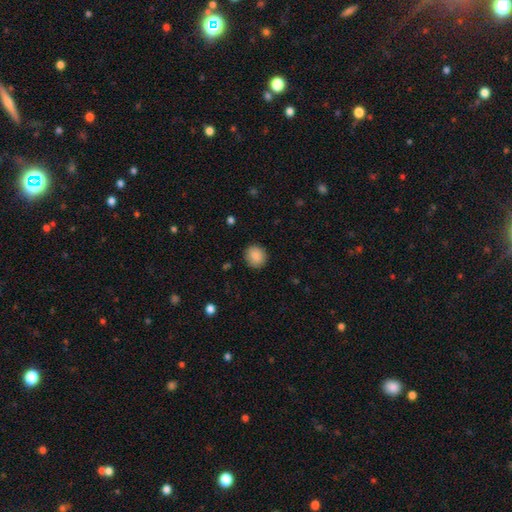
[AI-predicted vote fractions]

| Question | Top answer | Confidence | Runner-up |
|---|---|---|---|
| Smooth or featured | smooth | 88% | star or artifact (8%) |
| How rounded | round | 82% | in between (17%) |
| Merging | none | 88% | minor disturbance (8%) |